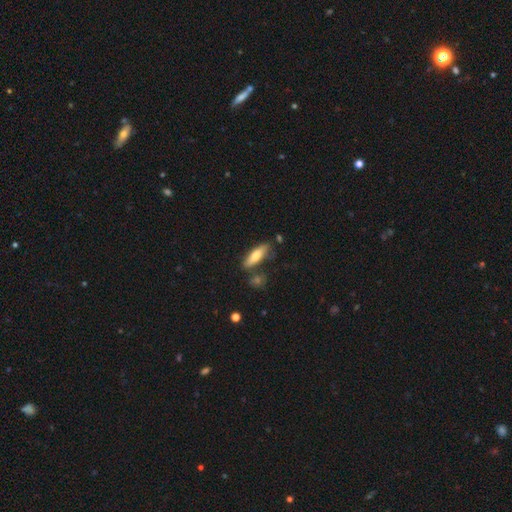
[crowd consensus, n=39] This appears to be a smooth galaxy with no disk features (72%) that is in between round and cigar-shaped (50%, tied with cigar-shaped). Merging: none (68%).